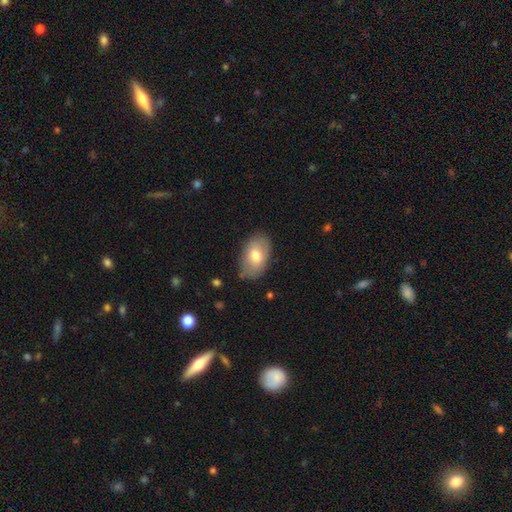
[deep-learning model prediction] Morphology: type=smooth (71%); roundness=in between (91%); merging=none (78%).